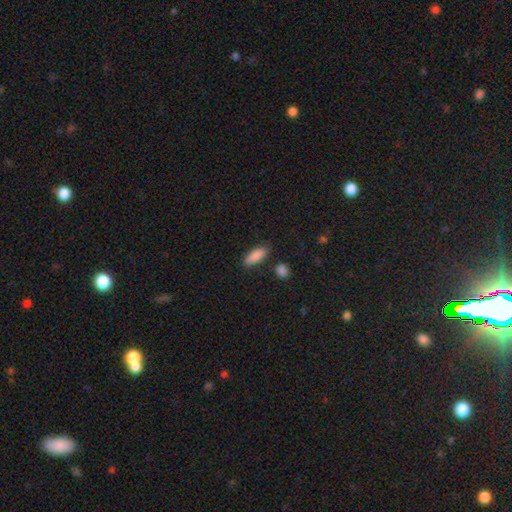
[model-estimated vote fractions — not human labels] Q: Smooth or featured?
A: smooth (88%); runner-up: star or artifact (6%)
Q: How rounded?
A: in between (74%); runner-up: cigar-shaped (24%)
Q: Merging?
A: none (82%); runner-up: minor disturbance (11%)